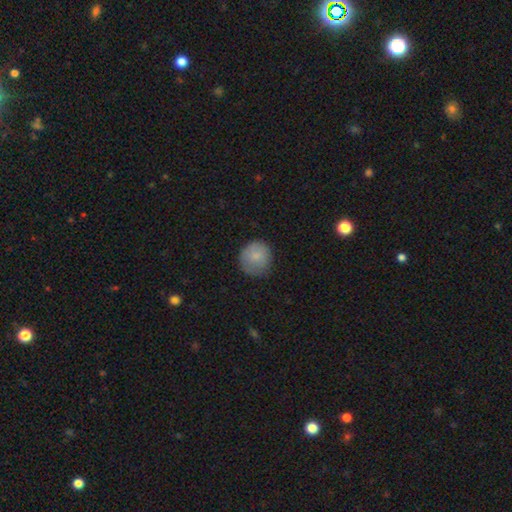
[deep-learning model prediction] This is clearly a smooth galaxy (82%). How rounded: clearly round (92%). Merging: likely none (78%).